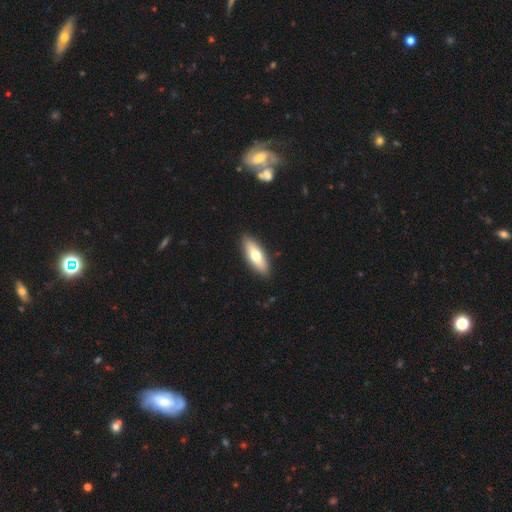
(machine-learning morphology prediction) This appears to be a smooth galaxy with no disk features (66%) that is in between round and cigar-shaped (66%). Merging: none (89%).